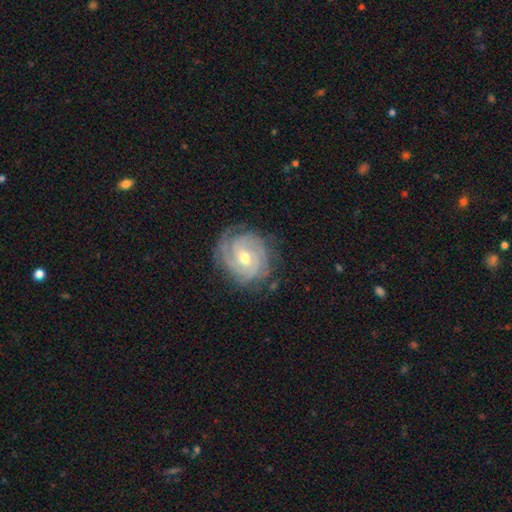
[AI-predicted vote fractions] A featured or disk galaxy (79%) with no bar (55%), tight (75%) spiral arms (94%) and a moderate central bulge (58%).

Vote fractions:
- Smooth or featured? featured or disk: 79% / smooth: 12% / star or artifact: 9%
- Edge-on disk? no: 97% / yes: 3%
- Bar? no: 55% / weak: 33% / strong: 12%
- Spiral arms? yes: 94% / no: 6%
- Spiral winding? tight: 75% / medium: 20% / loose: 5%
- Spiral arm count? can't tell: 30% / 3: 25% / 2: 24% / 4: 9% / 1: 6% / more than 4: 6%
- Bulge size? moderate: 58% / small: 38% / large: 2% / none: 1% / dominant: 1%
- Merging? none: 78% / minor disturbance: 15% / major disturbance: 5% / merger: 1%